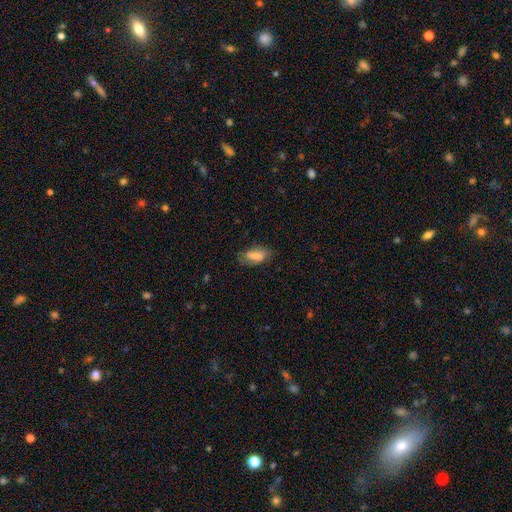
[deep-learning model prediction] A smooth galaxy with no disk features (69%) that is in between round and cigar-shaped (86%). Merging: none (64%).